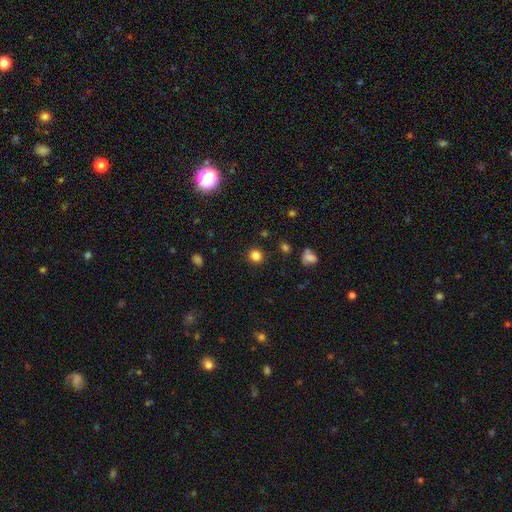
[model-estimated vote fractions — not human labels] The model was most divided on "smooth or featured": smooth: 82%, star or artifact: 14%, featured or disk: 4%. More confident: how rounded — round (90%); merging — none (90%).